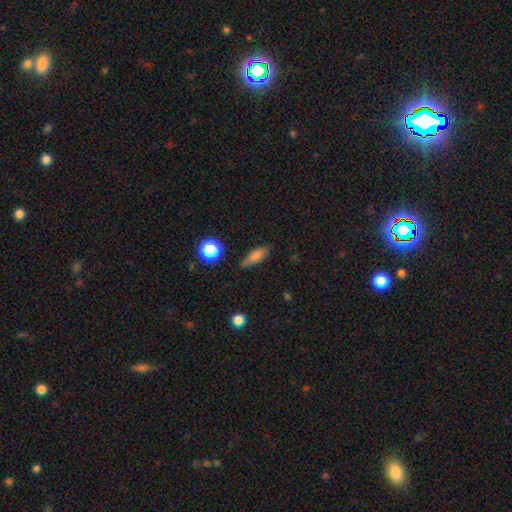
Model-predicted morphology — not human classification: This is likely a smooth galaxy (75%). How rounded: likely in between (62%). Merging: likely none (79%).